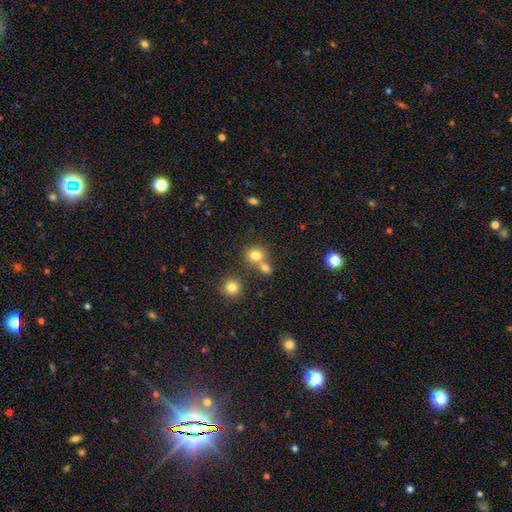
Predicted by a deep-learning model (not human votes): smooth-or-featured: smooth: 76% | star or artifact: 14% | featured or disk: 10%
  how-rounded: round: 77% | in between: 22% | cigar-shaped: 1%
  merging: none: 48% | merger: 39% | minor disturbance: 8% | major disturbance: 4%